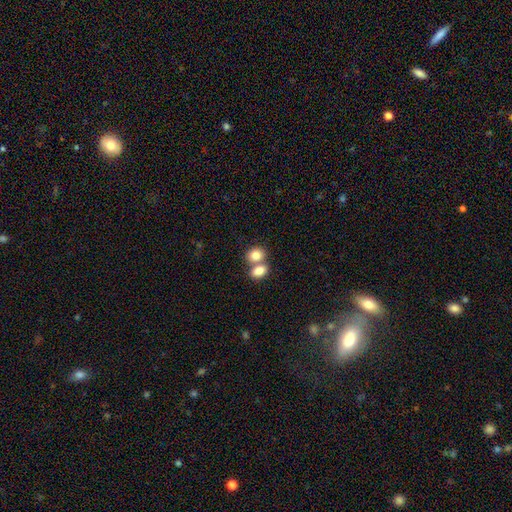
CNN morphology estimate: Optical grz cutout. It shows a smooth galaxy with no disk features (82%) that is in between round and cigar-shaped (54%). Merging: merger (56%).